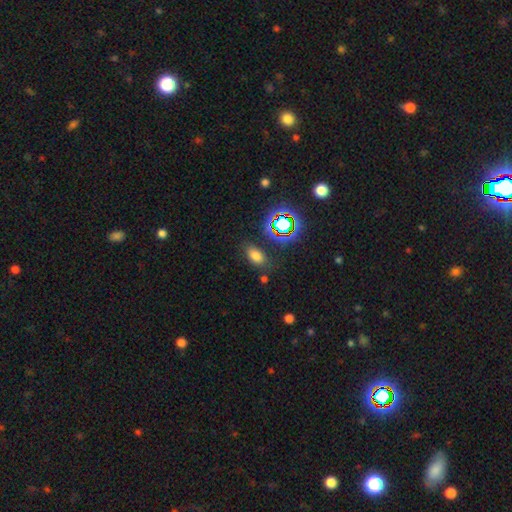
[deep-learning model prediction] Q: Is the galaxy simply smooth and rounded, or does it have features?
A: smooth — 69%.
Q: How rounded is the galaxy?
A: in between — 86%.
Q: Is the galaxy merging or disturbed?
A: none — 79%.